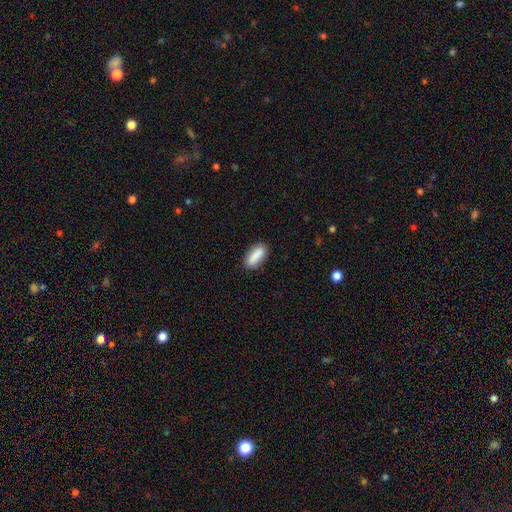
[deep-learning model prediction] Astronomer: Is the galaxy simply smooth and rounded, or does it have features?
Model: smooth — 86%.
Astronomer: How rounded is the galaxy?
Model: in between — 67%.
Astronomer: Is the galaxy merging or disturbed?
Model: none — 85%.